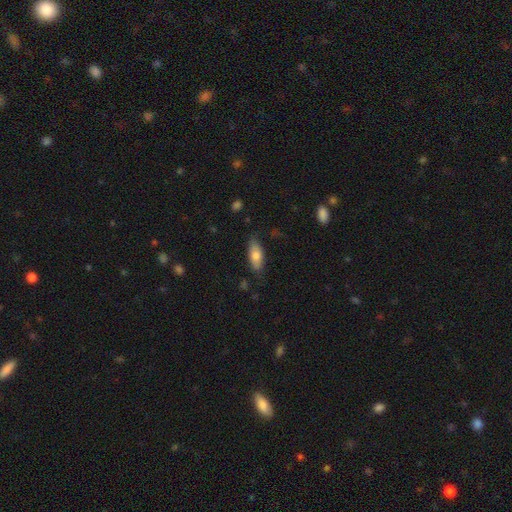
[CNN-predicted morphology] The model was most divided on "smooth or featured": smooth: 73%, featured or disk: 21%, star or artifact: 6%. More confident: how rounded — in between (78%); merging — none (78%).